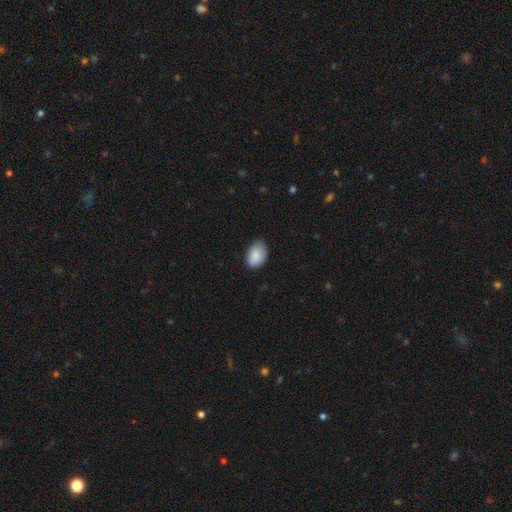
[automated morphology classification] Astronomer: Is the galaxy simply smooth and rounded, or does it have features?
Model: smooth — 88%.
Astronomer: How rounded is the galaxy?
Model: in between — 89%.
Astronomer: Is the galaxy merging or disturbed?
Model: none — 78%.